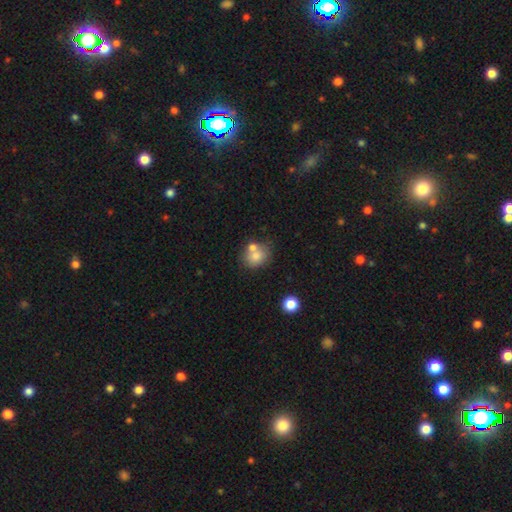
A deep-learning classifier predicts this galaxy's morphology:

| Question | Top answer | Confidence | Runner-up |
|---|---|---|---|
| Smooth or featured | smooth | 74% | featured or disk (15%) |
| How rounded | round | 62% | in between (37%) |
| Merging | none | 54% | merger (28%) |